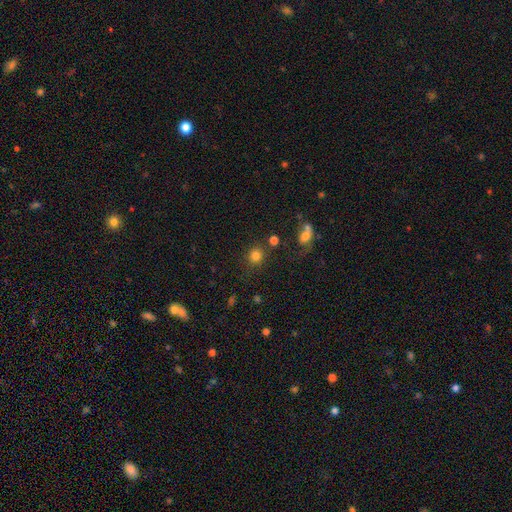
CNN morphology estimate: smooth 81%, star or artifact 14%, featured or disk 6%. Down the decision tree: how rounded — round (86%); merging — none (77%).